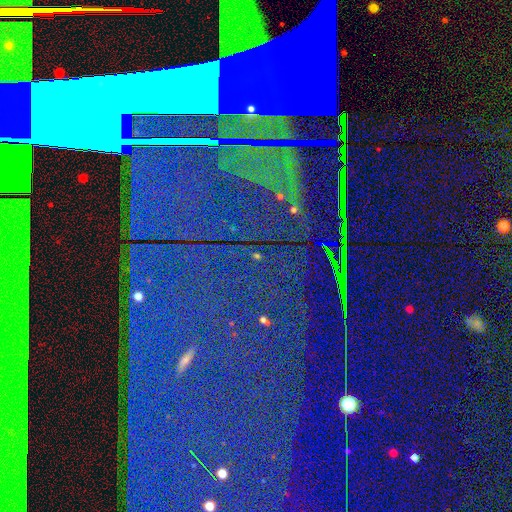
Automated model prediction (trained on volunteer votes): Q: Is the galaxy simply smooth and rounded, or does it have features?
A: star or artifact — 84%.